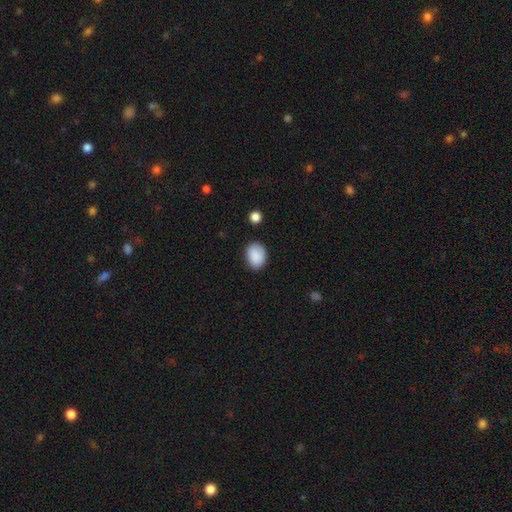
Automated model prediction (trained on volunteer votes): Morphology: type=smooth (89%); roundness=in between (68%); merging=none (81%).